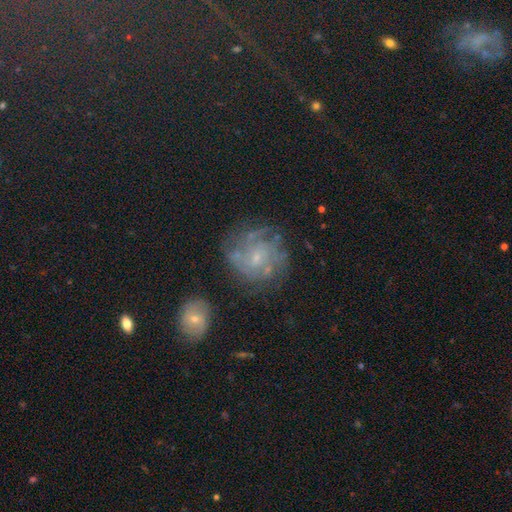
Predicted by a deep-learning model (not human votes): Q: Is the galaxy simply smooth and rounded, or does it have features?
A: featured or disk — 53%.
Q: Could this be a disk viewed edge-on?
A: no — 97%.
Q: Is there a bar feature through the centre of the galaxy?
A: no — 70%.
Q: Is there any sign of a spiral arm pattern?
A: yes — 84%.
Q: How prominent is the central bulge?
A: small — 74%.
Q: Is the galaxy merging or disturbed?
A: none — 73%.